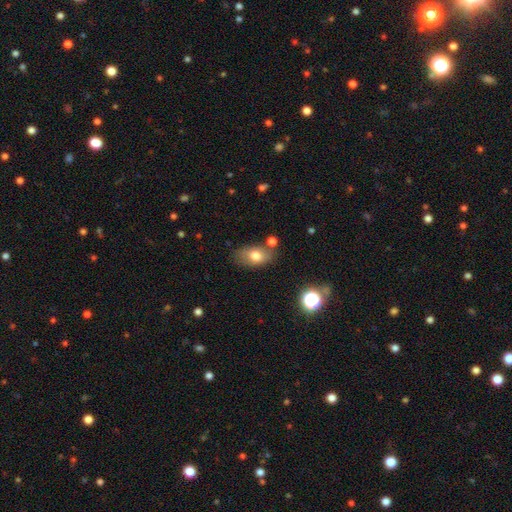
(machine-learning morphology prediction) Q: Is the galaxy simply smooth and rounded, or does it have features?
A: smooth — 76%.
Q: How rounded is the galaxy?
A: in between — 87%.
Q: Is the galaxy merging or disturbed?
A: none — 69%.